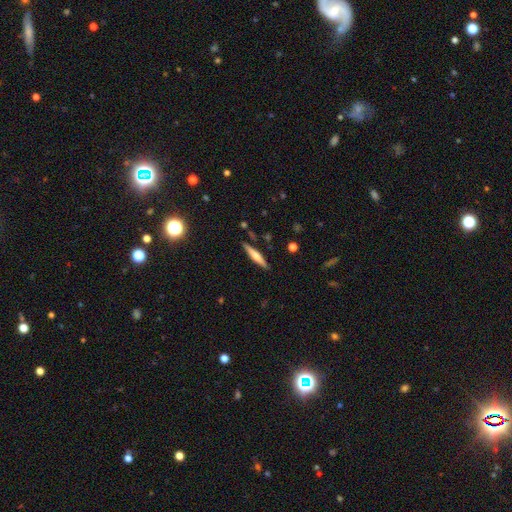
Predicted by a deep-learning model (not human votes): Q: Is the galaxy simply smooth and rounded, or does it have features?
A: featured or disk — 53%.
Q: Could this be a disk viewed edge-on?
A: yes — 96%.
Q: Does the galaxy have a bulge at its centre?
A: rounded — 77%.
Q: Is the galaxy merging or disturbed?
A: none — 88%.